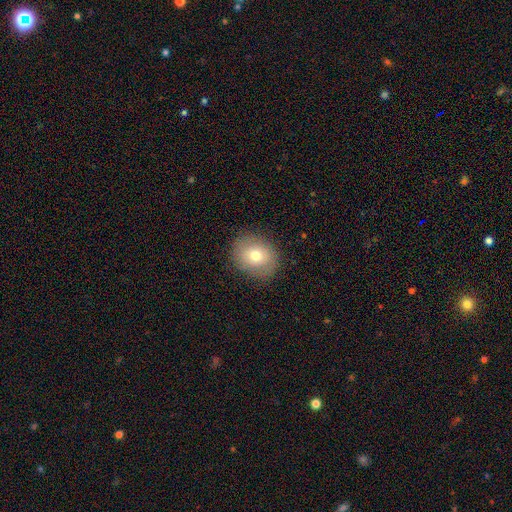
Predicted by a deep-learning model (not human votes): This is likely a smooth galaxy (71%). How rounded: likely round (61%). Merging: clearly none (85%).